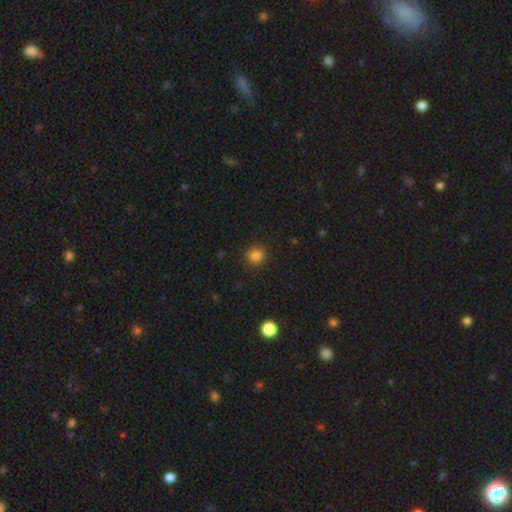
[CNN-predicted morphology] smooth-or-featured: smooth: 83% | star or artifact: 12% | featured or disk: 5%
  how-rounded: round: 85% | in between: 14% | cigar-shaped: 1%
  merging: none: 90% | minor disturbance: 7% | major disturbance: 2% | merger: 1%